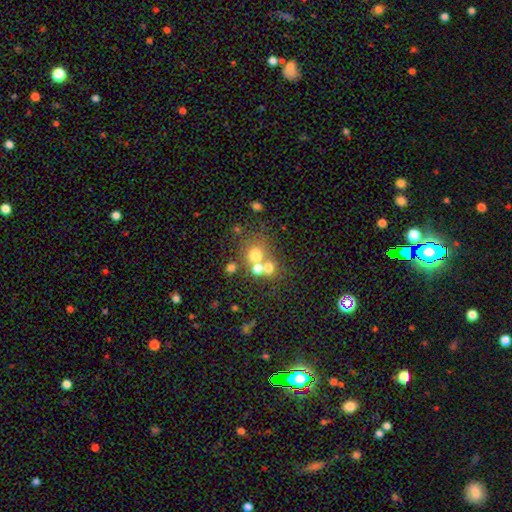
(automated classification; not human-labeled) Smooth or featured? Predicted: smooth (p=0.63). How rounded? Predicted: round (p=0.82). Merging? Predicted: none (p=0.44, tied with merger).